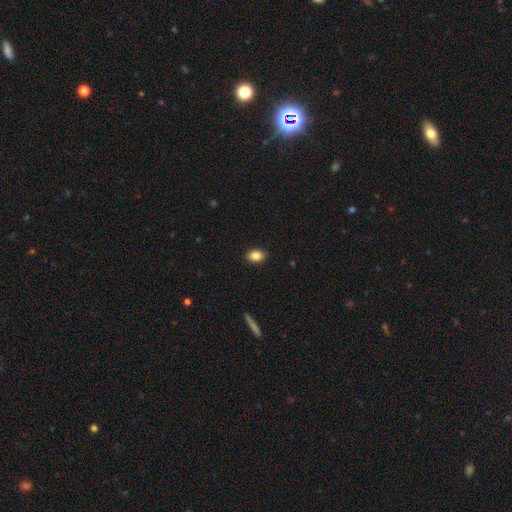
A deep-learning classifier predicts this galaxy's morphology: Q: Smooth or featured?
A: smooth (88%); runner-up: star or artifact (8%)
Q: How rounded?
A: in between (85%); runner-up: round (13%)
Q: Merging?
A: none (89%); runner-up: minor disturbance (8%)